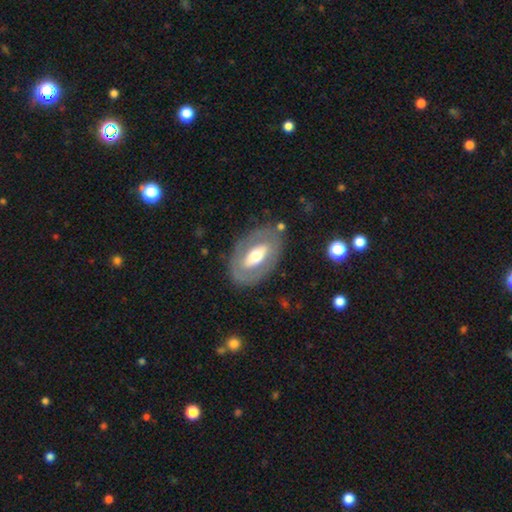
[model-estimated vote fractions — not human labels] Smooth or featured? featured or disk (59%)
Edge-on disk? no (88%)
Bar? no (44%)
Spiral arms? no (81%)
Bulge size? moderate (64%)
Merging? none (78%)